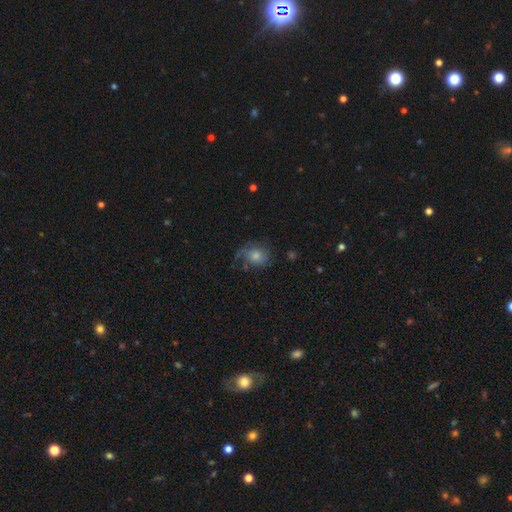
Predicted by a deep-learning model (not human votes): Smooth or featured?
  - featured or disk: 49% *
  - smooth: 36%
  - star or artifact: 14%
Merging?
  - none: 59% *
  - minor disturbance: 21%
  - major disturbance: 18%
  - merger: 2%